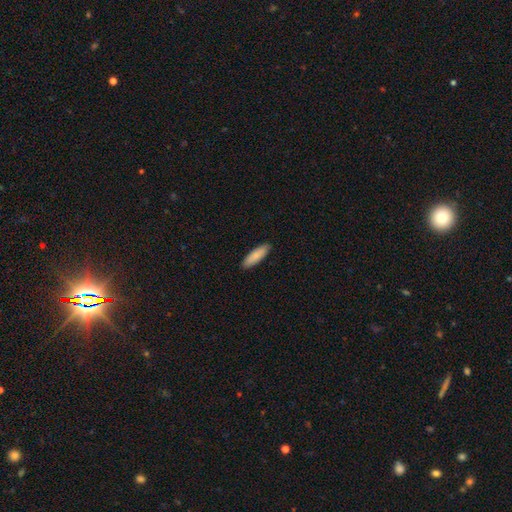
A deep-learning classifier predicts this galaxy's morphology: A smooth galaxy with no disk features (86%) that is cigar-shaped (57%).

Vote fractions:
- Smooth or featured? smooth: 86% / featured or disk: 8% / star or artifact: 5%
- How rounded? cigar-shaped: 57% / in between: 41% / round: 1%
- Merging? none: 90% / minor disturbance: 7% / major disturbance: 1% / merger: 1%